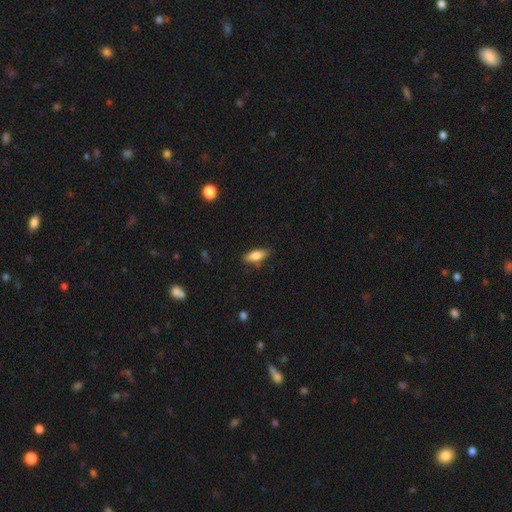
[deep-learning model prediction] Q: Smooth or featured?
A: smooth (81%); runner-up: featured or disk (12%)
Q: How rounded?
A: in between (76%); runner-up: cigar-shaped (22%)
Q: Merging?
A: none (81%); runner-up: minor disturbance (15%)